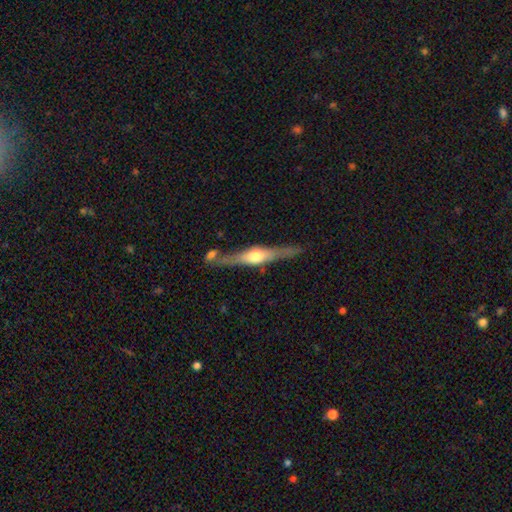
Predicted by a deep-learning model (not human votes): Smooth or featured?
  - featured or disk: 74% *
  - smooth: 21%
  - star or artifact: 5%
Edge-on disk?
  - yes: 96% *
  - no: 4%
Edge-on bulge?
  - rounded: 92% *
  - boxy: 6%
  - none: 3%
Merging?
  - none: 75% *
  - minor disturbance: 14%
  - merger: 7%
  - major disturbance: 4%